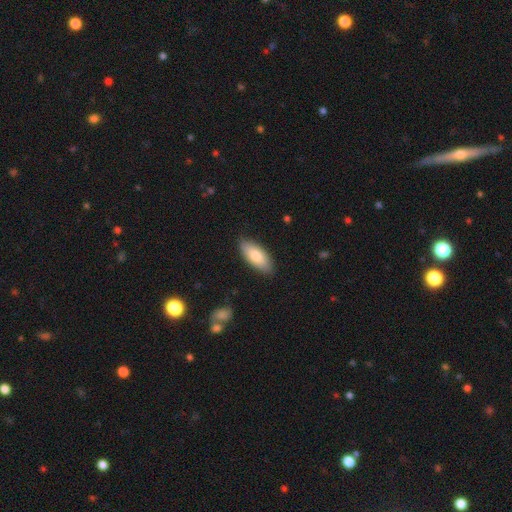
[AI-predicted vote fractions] The model was most divided on "smooth or featured": smooth: 80%, featured or disk: 15%, star or artifact: 6%. More confident: merging — none (85%); how rounded — in between (84%).